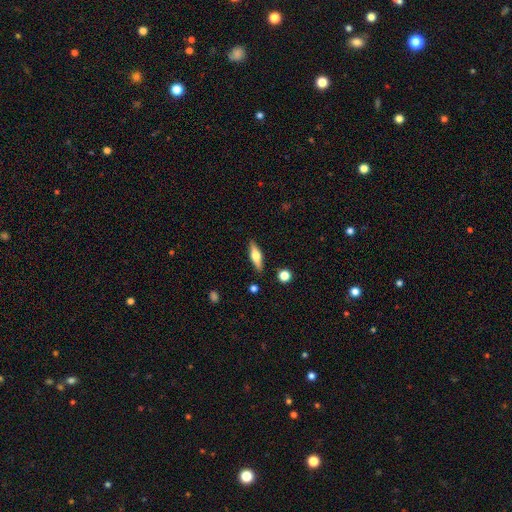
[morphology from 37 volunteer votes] featured or disk 59%, smooth 32%, star or artifact 8%. Down the decision tree: edge-on disk — yes (100%); edge-on bulge — rounded (95%); merging — none (91%).